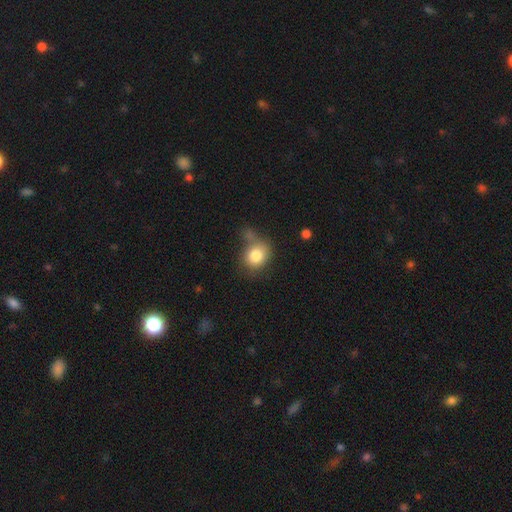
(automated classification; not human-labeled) Q: Smooth or featured?
A: smooth (82%); runner-up: featured or disk (9%)
Q: How rounded?
A: round (65%); runner-up: in between (34%)
Q: Merging?
A: none (48%); runner-up: minor disturbance (24%)